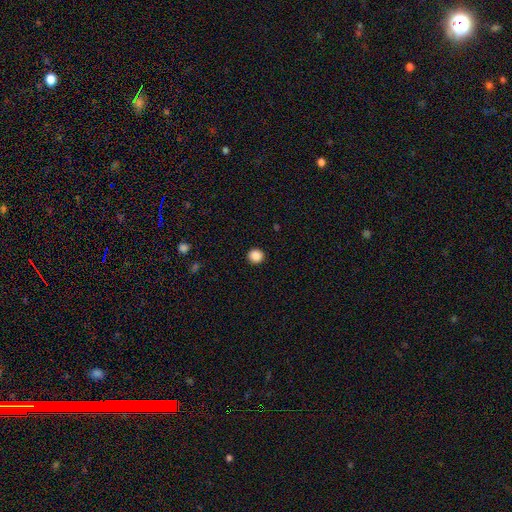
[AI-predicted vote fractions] Smooth or featured? smooth (88%)
How rounded? round (94%)
Merging? none (93%)